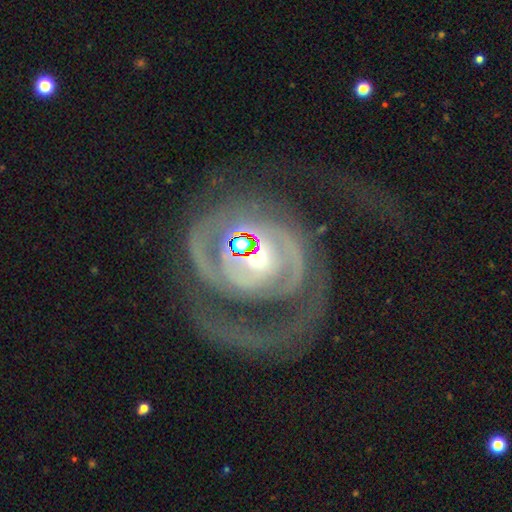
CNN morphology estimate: featured or disk 78%, smooth 13%, star or artifact 9%. Down the decision tree: edge-on disk — no (96%); bar — no (53%); spiral arms — yes (74%); spiral arm count — 2 (47%); spiral winding — tight (48%); bulge size — moderate (54%); merging — none (45%).